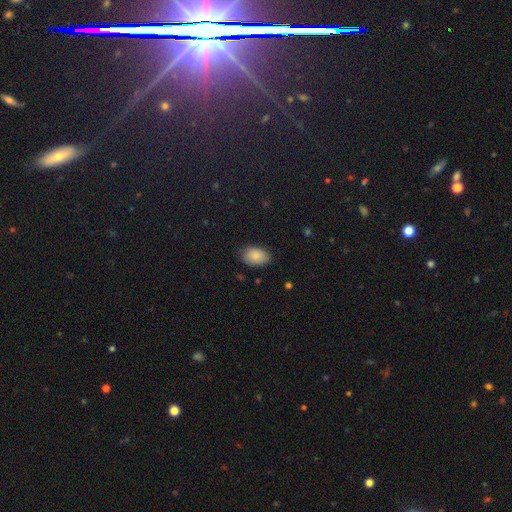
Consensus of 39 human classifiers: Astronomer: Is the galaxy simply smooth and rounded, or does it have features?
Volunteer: smooth — 85%.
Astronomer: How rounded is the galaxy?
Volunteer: in between — 85%.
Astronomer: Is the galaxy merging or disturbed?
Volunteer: none — 94%.